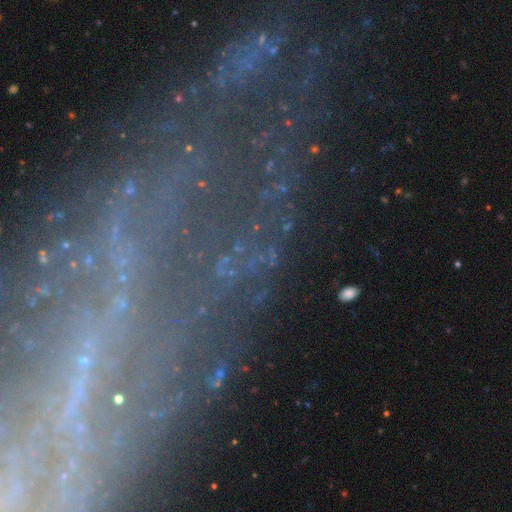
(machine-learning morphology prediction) type=featured or disk (49%); merging=none (61%).